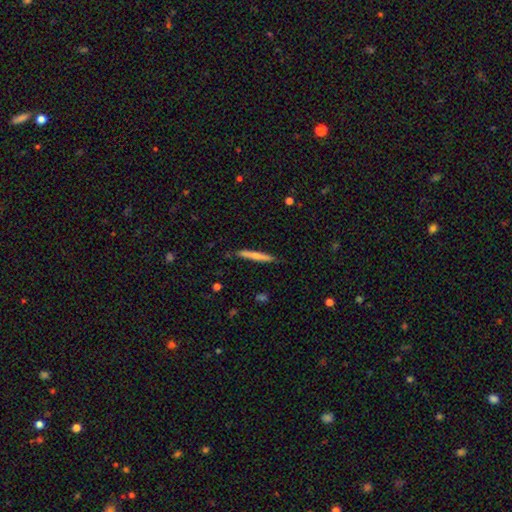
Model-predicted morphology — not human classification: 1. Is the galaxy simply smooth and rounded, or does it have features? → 69% smooth, 26% featured or disk, 5% star or artifact.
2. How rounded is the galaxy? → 96% cigar-shaped, 3% in between, 1% round.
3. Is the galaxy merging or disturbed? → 85% none, 11% minor disturbance, 2% major disturbance, 1% merger.